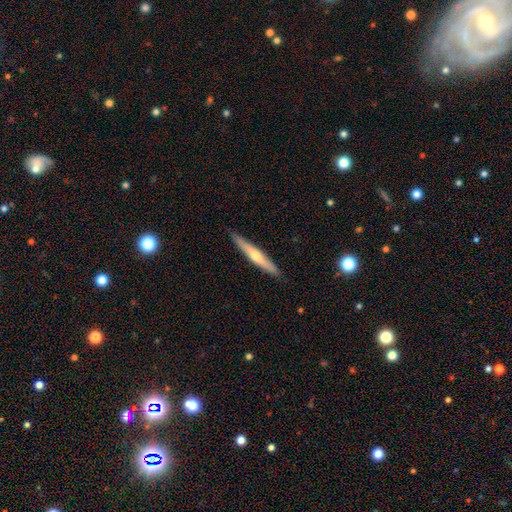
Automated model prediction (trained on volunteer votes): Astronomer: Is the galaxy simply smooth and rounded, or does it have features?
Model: featured or disk — 50% (runner-up: smooth, 45%).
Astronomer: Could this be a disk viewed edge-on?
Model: yes — 94%.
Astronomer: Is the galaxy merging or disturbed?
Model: none — 89%.